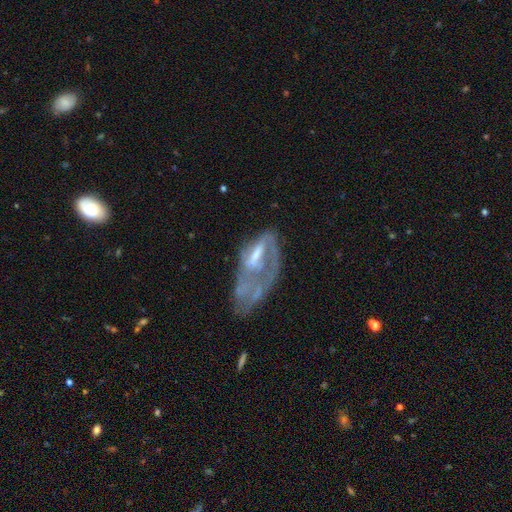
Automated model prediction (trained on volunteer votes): Smooth or featured? featured or disk (66%)
Edge-on disk? no (91%)
Bar? no (43%)
Spiral arms? no (55%)
Bulge size? moderate (36%)
Merging? major disturbance (47%)